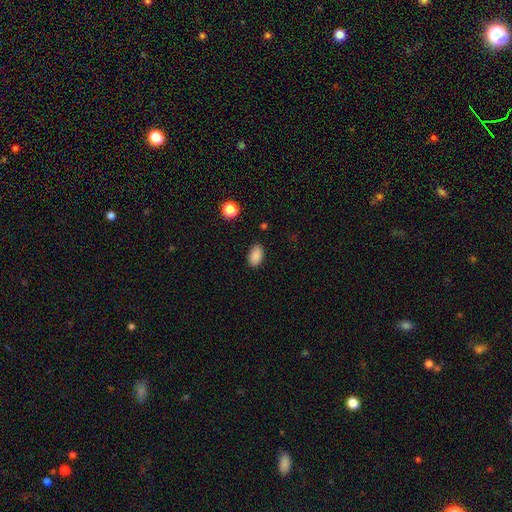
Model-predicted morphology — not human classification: Q: Smooth or featured?
A: smooth (88%); runner-up: star or artifact (9%)
Q: How rounded?
A: in between (91%); runner-up: round (7%)
Q: Merging?
A: none (83%); runner-up: minor disturbance (13%)